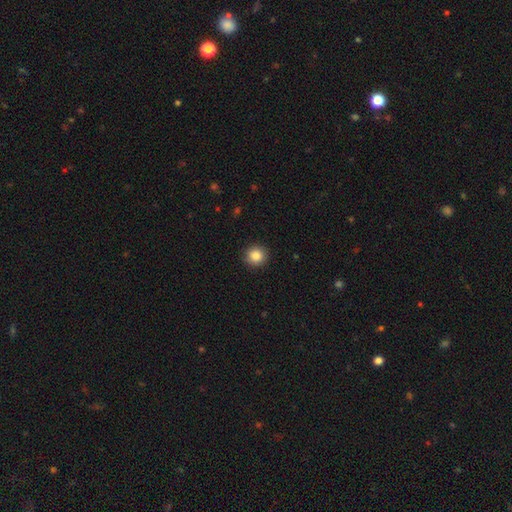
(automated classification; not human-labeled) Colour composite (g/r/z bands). It shows a smooth galaxy with no disk features (85%) that is round (93%). Merging: none (92%).